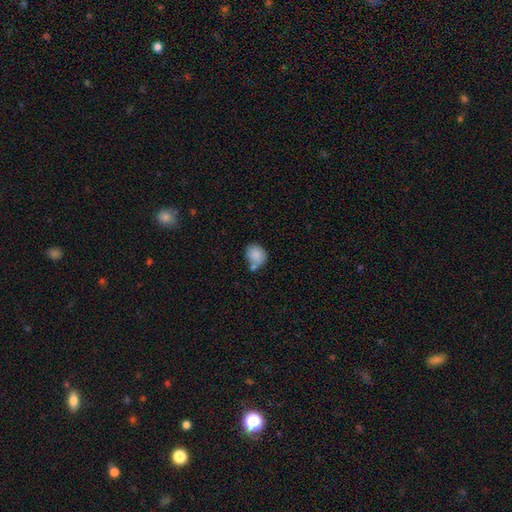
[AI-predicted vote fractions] This appears to be a smooth galaxy with no disk features (85%) that is round (67%). Merging: none (52%).